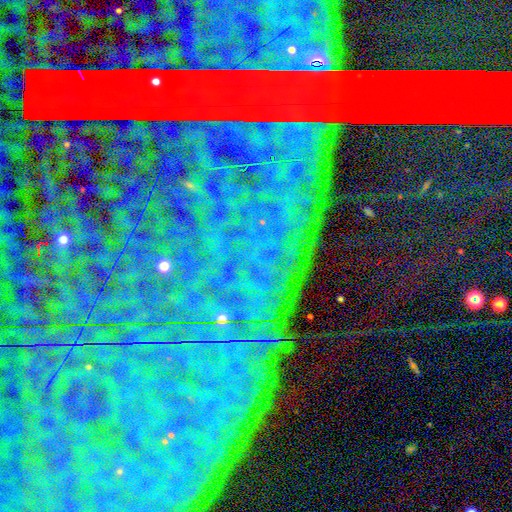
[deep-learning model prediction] This is clearly a star or artifact rather than a galaxy (87%).